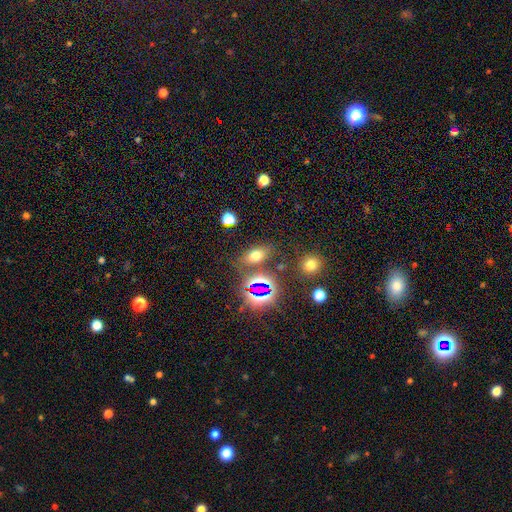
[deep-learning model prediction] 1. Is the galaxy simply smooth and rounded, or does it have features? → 59% smooth, 29% star or artifact, 11% featured or disk.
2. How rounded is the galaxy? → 78% in between, 17% round, 5% cigar-shaped.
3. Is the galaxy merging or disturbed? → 77% none, 11% minor disturbance, 8% merger, 5% major disturbance.